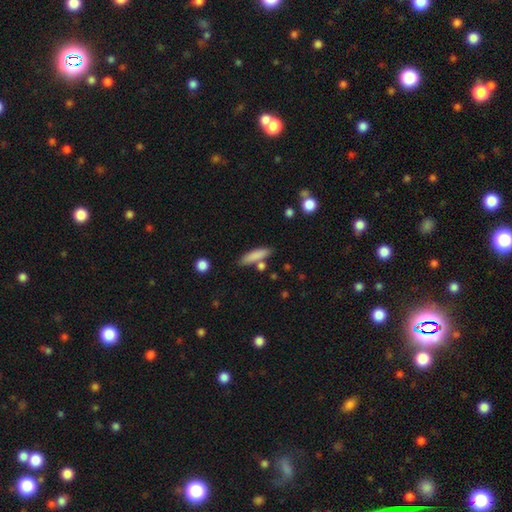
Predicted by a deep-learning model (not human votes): This appears to be a smooth galaxy with no disk features (83%) that is cigar-shaped (72%). Merging: none (76%).